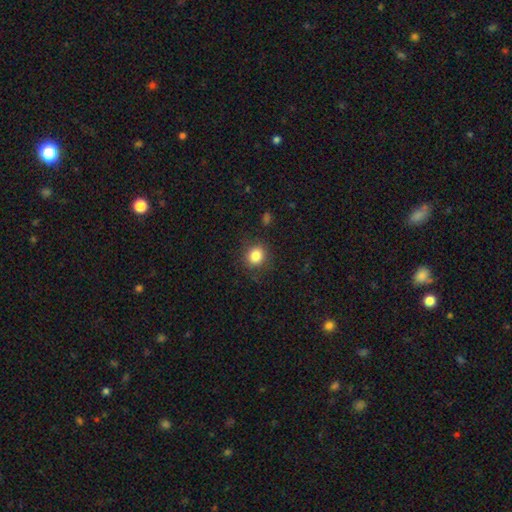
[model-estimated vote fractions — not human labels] A smooth galaxy with no disk features (84%) that is round (81%). Merging: none (85%).